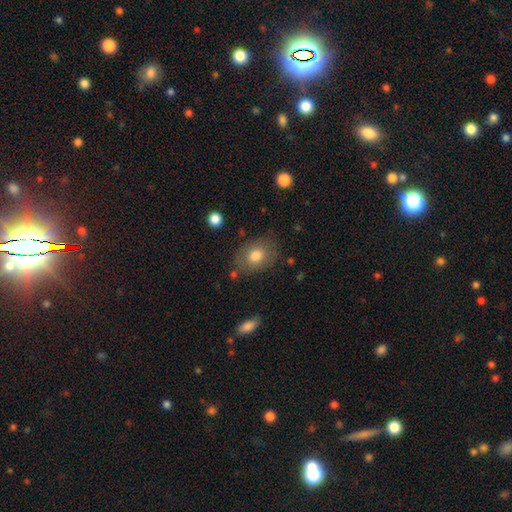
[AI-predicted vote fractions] This is likely a smooth galaxy (77%). How rounded: likely in between (68%). Merging: likely none (76%).